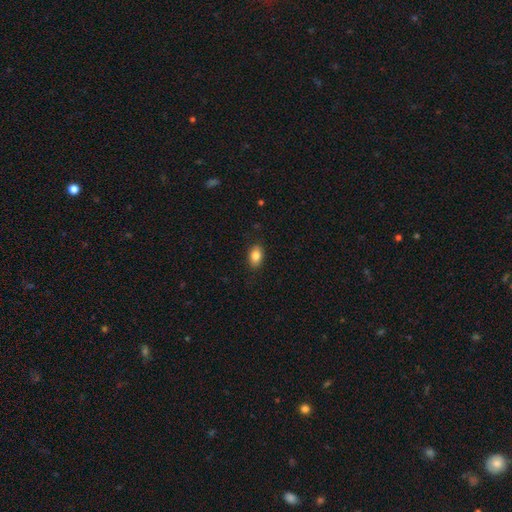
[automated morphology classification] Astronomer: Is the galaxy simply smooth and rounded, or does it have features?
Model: smooth — 84%.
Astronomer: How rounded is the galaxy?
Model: in between — 87%.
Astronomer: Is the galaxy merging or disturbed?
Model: none — 88%.